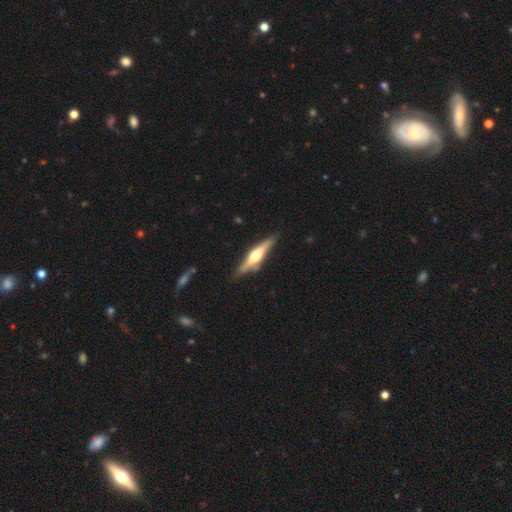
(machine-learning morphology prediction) This appears to be a featured or disk galaxy (70%) viewed edge-on (96%) with a rounded central bulge (92%). Merging: none (83%).